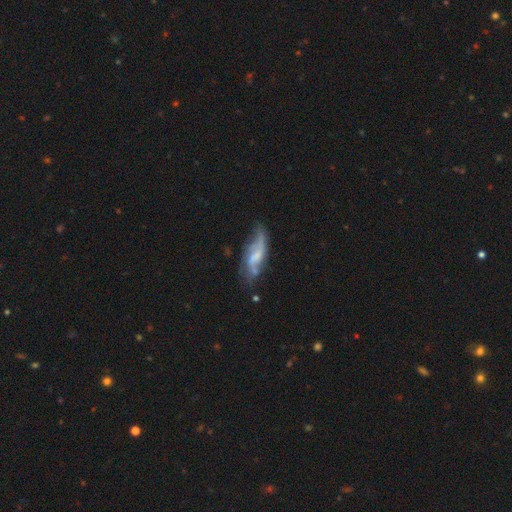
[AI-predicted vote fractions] featured or disk 67%, smooth 25%, star or artifact 8%. Down the decision tree: edge-on disk — no (86%); bar — weak (44%); spiral arms — yes (81%); bulge size — none (37%); merging — none (46%).